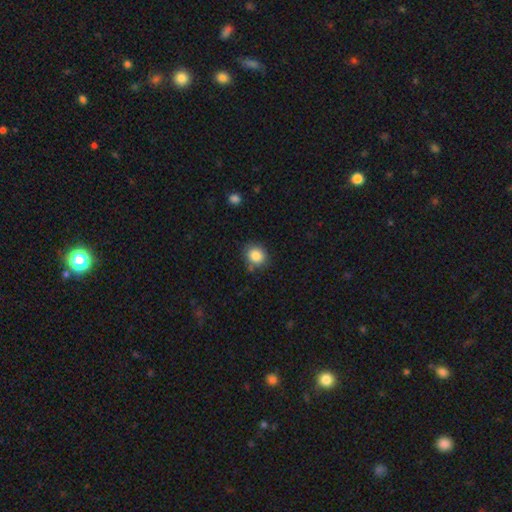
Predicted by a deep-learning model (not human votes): A smooth galaxy with no disk features (86%) that is round (75%). Merging: none (80%).